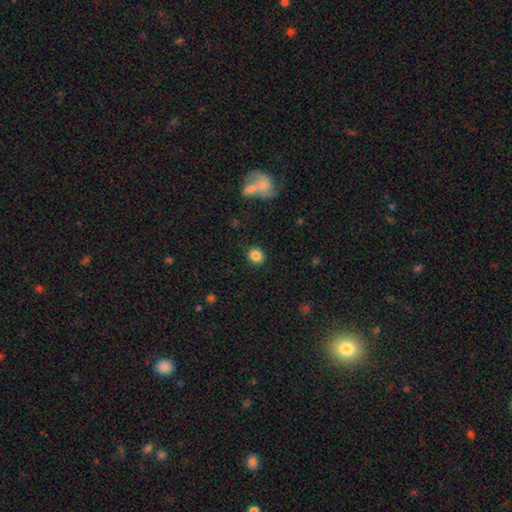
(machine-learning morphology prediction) This is clearly a smooth galaxy (86%). How rounded: likely round (64%). Merging: clearly none (88%).